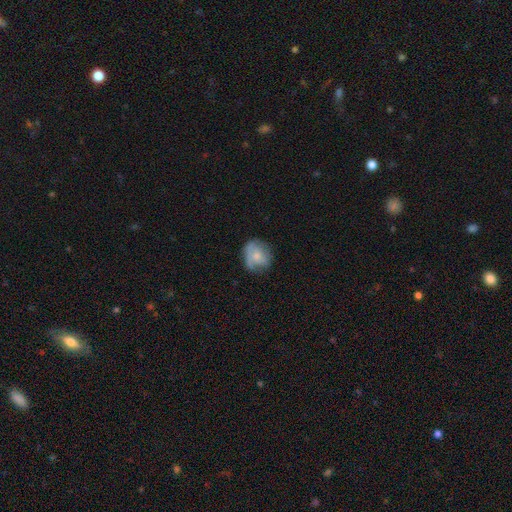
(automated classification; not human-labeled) Smooth or featured? Predicted: smooth (p=0.58). How rounded? Predicted: round (p=0.67). Merging? Predicted: none (p=0.55).